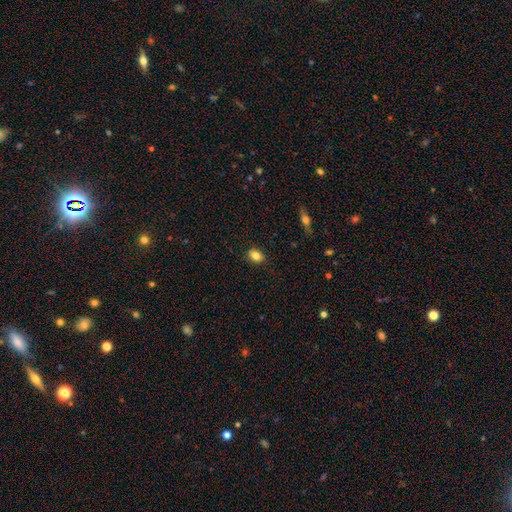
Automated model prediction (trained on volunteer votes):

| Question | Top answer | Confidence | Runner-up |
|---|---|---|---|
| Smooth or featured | smooth | 82% | star or artifact (9%) |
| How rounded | in between | 73% | round (25%) |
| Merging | none | 87% | minor disturbance (10%) |